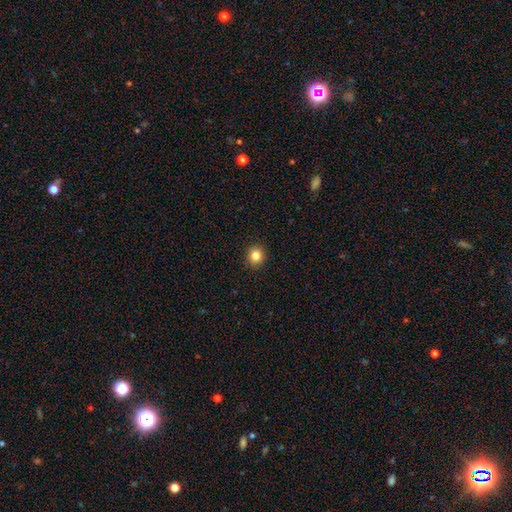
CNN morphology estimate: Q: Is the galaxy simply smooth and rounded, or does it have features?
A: smooth — 84%.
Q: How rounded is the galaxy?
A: round — 79%.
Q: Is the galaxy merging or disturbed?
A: none — 92%.